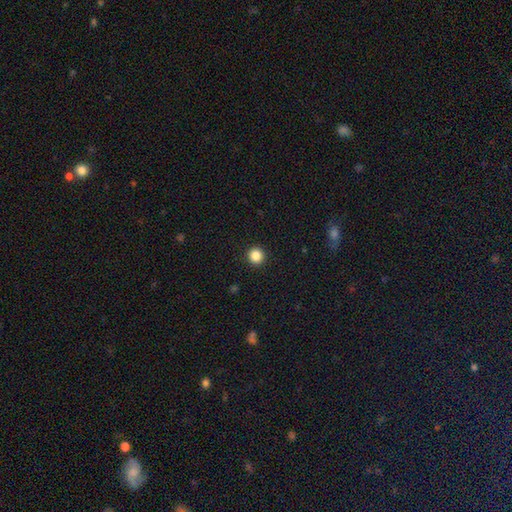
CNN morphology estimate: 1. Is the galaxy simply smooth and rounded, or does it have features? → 86% smooth, 11% star or artifact, 3% featured or disk.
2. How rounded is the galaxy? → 95% round, 4% in between, 1% cigar-shaped.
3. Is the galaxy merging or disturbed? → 93% none, 4% minor disturbance, 2% major disturbance, 1% merger.